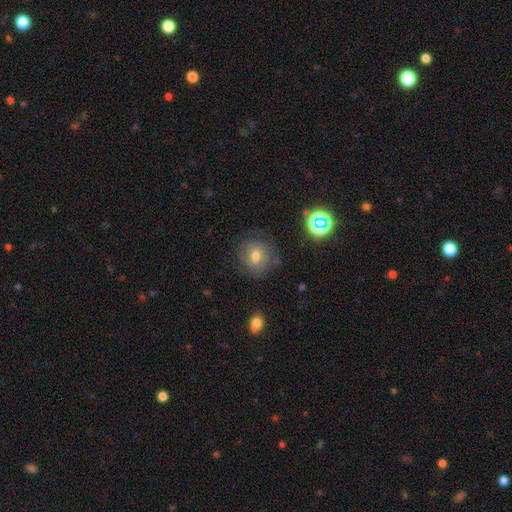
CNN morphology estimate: smooth-or-featured: smooth: 57% | featured or disk: 28% | star or artifact: 15%
  how-rounded: round: 82% | in between: 17% | cigar-shaped: 1%
  merging: none: 75% | minor disturbance: 16% | major disturbance: 7% | merger: 2%